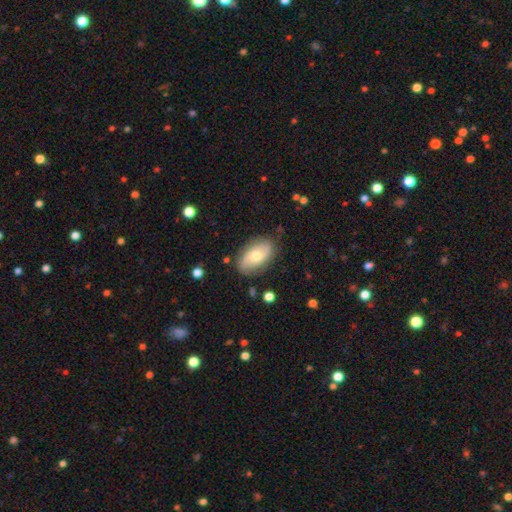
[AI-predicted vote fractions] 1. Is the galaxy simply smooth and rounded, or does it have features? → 51% featured or disk, 42% smooth, 6% star or artifact.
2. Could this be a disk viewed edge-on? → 92% no, 8% yes.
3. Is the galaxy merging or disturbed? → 79% none, 15% minor disturbance, 4% major disturbance, 2% merger.